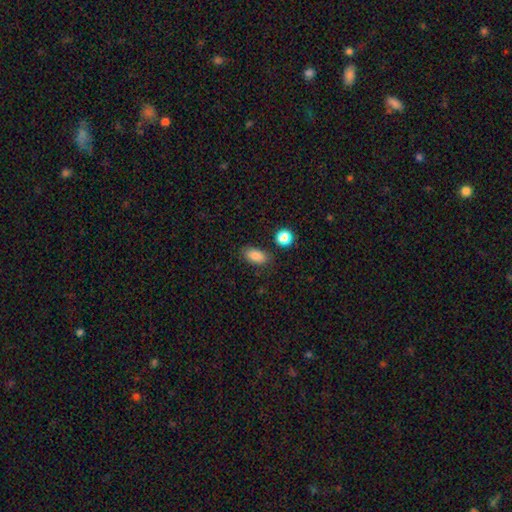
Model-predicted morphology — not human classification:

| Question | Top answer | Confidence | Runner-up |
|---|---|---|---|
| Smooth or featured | smooth | 86% | star or artifact (9%) |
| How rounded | in between | 89% | round (6%) |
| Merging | none | 82% | minor disturbance (12%) |